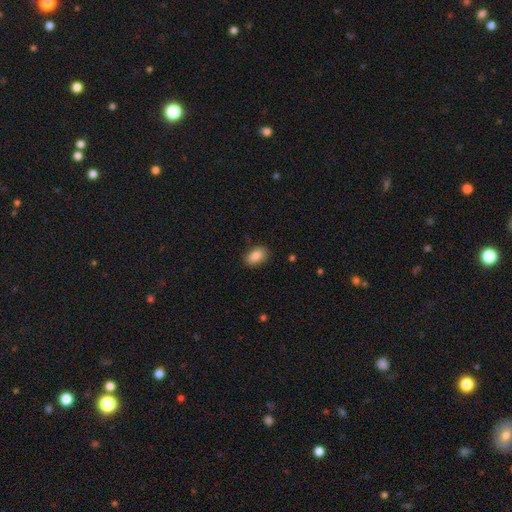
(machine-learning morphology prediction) Smooth or featured?
  - smooth: 85% *
  - featured or disk: 8%
  - star or artifact: 8%
How rounded?
  - in between: 89% *
  - round: 8%
  - cigar-shaped: 2%
Merging?
  - none: 84% *
  - minor disturbance: 12%
  - major disturbance: 3%
  - merger: 1%